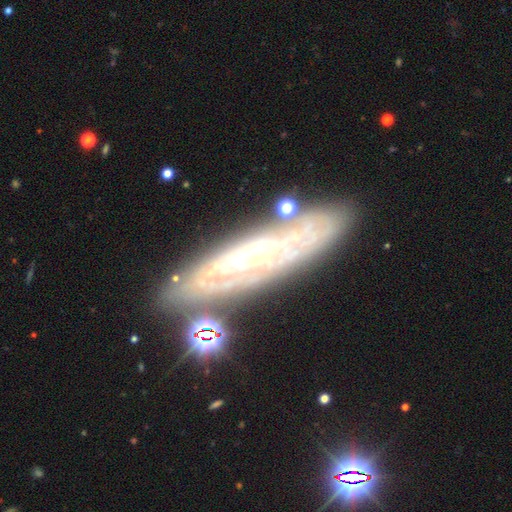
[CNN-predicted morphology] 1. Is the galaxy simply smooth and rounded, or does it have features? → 77% featured or disk, 14% smooth, 9% star or artifact.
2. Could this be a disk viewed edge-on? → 64% no, 36% yes.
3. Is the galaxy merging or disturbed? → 76% none, 14% minor disturbance, 5% major disturbance, 4% merger.